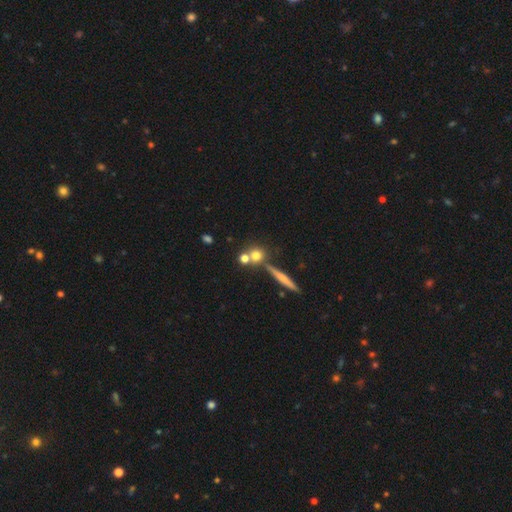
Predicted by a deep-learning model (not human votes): Smooth or featured?
  - smooth: 69% *
  - featured or disk: 17%
  - star or artifact: 14%
How rounded?
  - round: 78% *
  - in between: 12%
  - cigar-shaped: 11%
Merging?
  - none: 59% *
  - merger: 29%
  - minor disturbance: 8%
  - major disturbance: 4%